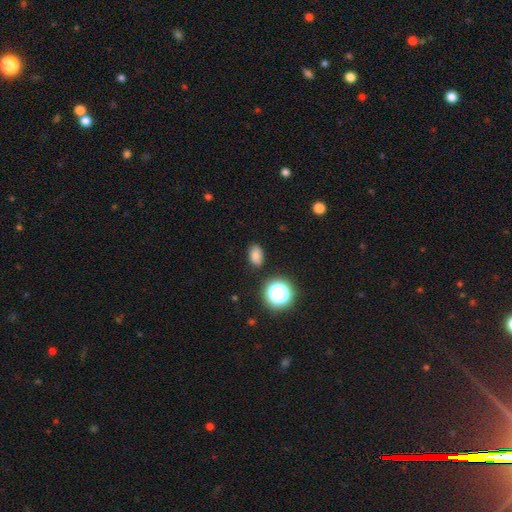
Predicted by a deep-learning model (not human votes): Q: Smooth or featured?
A: smooth (80%); runner-up: star or artifact (15%)
Q: How rounded?
A: in between (82%); runner-up: round (16%)
Q: Merging?
A: none (85%); runner-up: minor disturbance (11%)